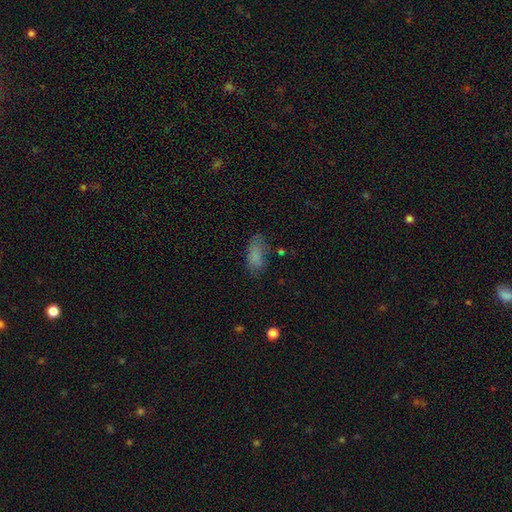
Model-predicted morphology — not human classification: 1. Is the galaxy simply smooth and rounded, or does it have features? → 81% smooth, 10% star or artifact, 9% featured or disk.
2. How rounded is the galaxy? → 86% in between, 10% cigar-shaped, 3% round.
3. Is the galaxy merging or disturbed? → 64% none, 23% minor disturbance, 9% major disturbance, 3% merger.